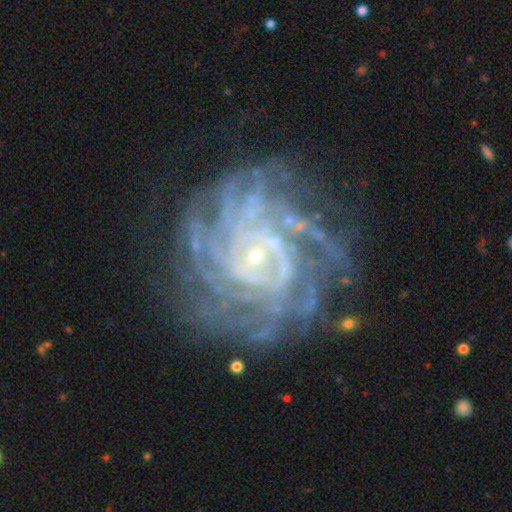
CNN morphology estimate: smooth_or_featured: featured or disk (p=0.89) [alt: star or artifact p=0.07]
disk_edge_on: no (p=0.98) [alt: yes p=0.02]
bar: no (p=0.63) [alt: weak p=0.27]
has_spiral_arms: yes (p=0.97) [alt: no p=0.03]
spiral_winding: tight (p=0.77) [alt: medium p=0.19]
spiral_arm_count: more than 4 (p=0.30) [alt: can't tell p=0.22]
bulge_size: small (p=0.84) [alt: moderate p=0.10]
merging: none (p=0.72) [alt: minor disturbance p=0.17]